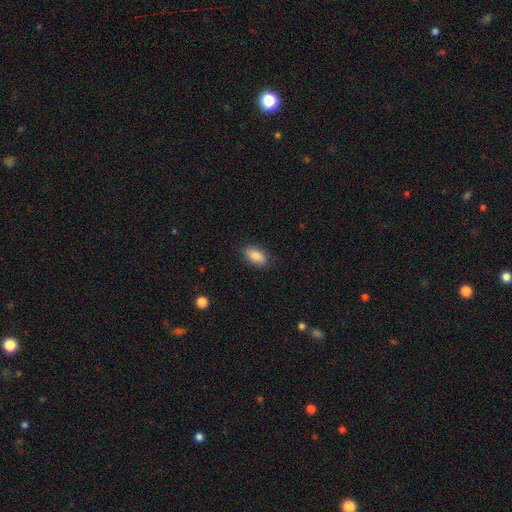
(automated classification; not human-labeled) smooth_or_featured: smooth (p=0.84) [alt: featured or disk p=0.08]
how_rounded: in between (p=0.91) [alt: cigar-shaped p=0.05]
merging: none (p=0.86) [alt: minor disturbance p=0.10]